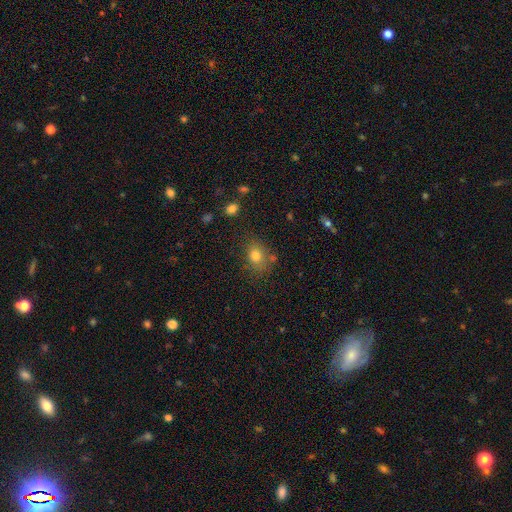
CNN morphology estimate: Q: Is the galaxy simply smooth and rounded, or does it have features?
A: smooth — 78%.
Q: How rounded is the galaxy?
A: in between — 51%.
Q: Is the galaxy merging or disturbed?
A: none — 70%.